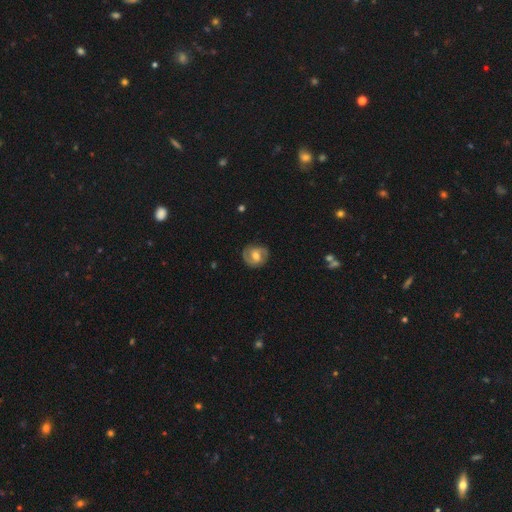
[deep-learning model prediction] featured or disk 66%, smooth 27%, star or artifact 7%. Down the decision tree: edge-on disk — no (97%); bar — weak (48%); spiral arms — yes (86%); spiral arm count — 2 (83%); spiral winding — medium (45%); bulge size — moderate (70%); merging — none (80%).